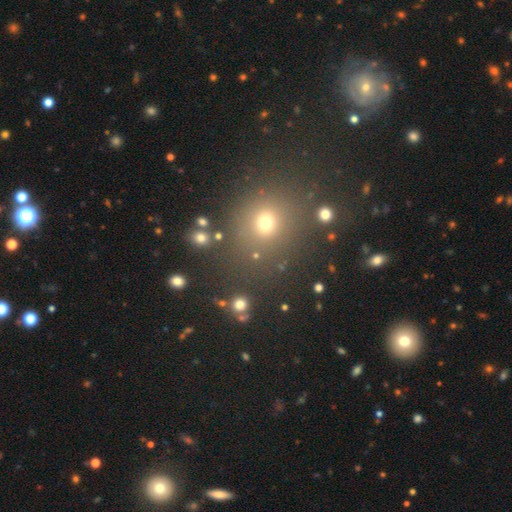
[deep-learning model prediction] The model was most divided on "smooth or featured": smooth: 62%, star or artifact: 30%, featured or disk: 8%. More confident: how rounded — round (81%); merging — none (79%).